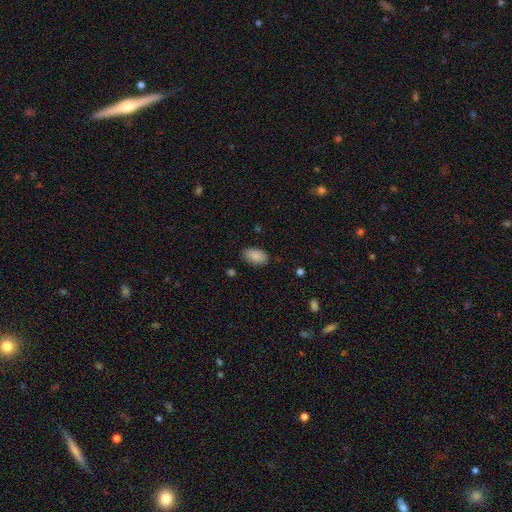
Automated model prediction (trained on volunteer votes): A smooth galaxy with no disk features (88%) that is in between round and cigar-shaped (94%).

Vote fractions:
- Smooth or featured? smooth: 88% / star or artifact: 7% / featured or disk: 5%
- How rounded? in between: 94% / round: 5% / cigar-shaped: 2%
- Merging? none: 85% / minor disturbance: 12% / major disturbance: 3% / merger: 1%